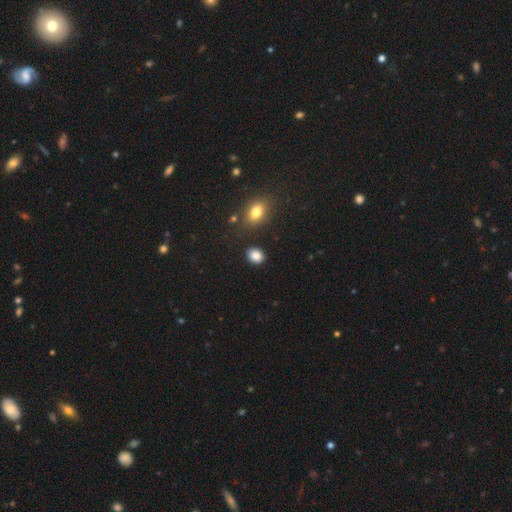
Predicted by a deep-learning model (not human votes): The model was most divided on "how rounded": in between: 51%, round: 48%, cigar-shaped: 1%. More confident: smooth or featured — smooth (86%); merging — none (86%).